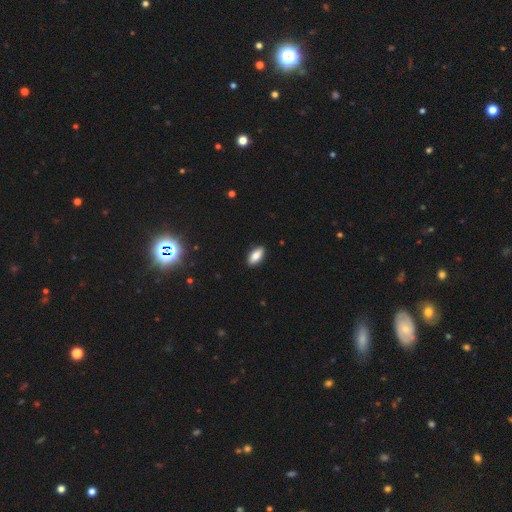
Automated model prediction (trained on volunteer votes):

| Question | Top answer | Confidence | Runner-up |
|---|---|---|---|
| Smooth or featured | smooth | 83% | featured or disk (10%) |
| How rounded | in between | 89% | cigar-shaped (8%) |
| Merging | none | 90% | minor disturbance (8%) |